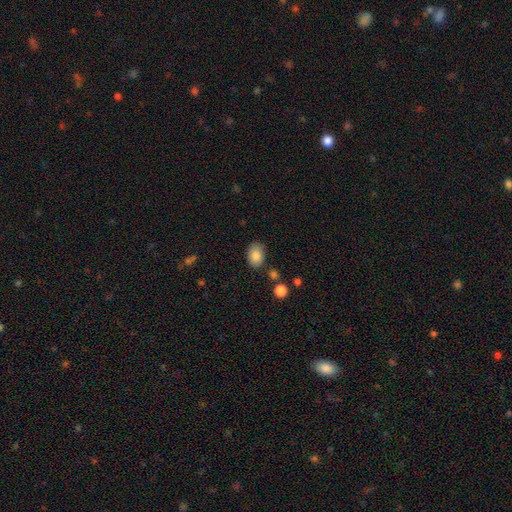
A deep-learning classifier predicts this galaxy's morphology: Smooth or featured? smooth (84%)
How rounded? in between (78%)
Merging? none (78%)